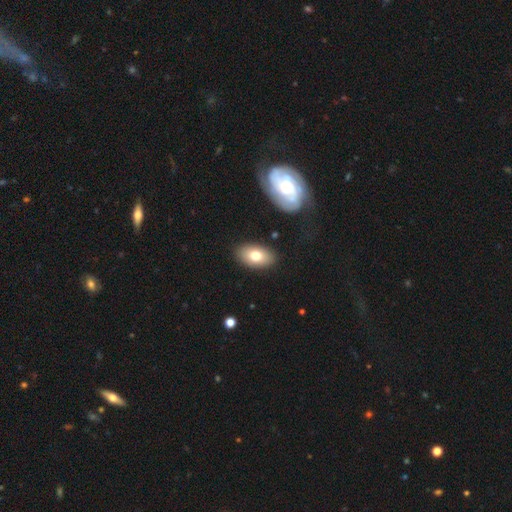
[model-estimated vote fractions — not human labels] A smooth galaxy with no disk features (75%) that is in between round and cigar-shaped (91%).

Vote fractions:
- Smooth or featured? smooth: 75% / featured or disk: 18% / star or artifact: 7%
- How rounded? in between: 91% / round: 7% / cigar-shaped: 2%
- Merging? none: 86% / minor disturbance: 9% / major disturbance: 2% / merger: 2%